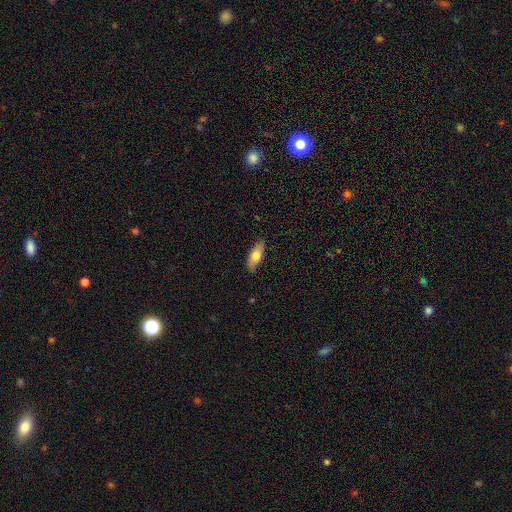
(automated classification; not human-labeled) Smooth or featured: smooth — 71% (featured or disk — 23%)
How rounded: in between — 76% (cigar-shaped — 21%)
Merging: none — 85% (minor disturbance — 12%)